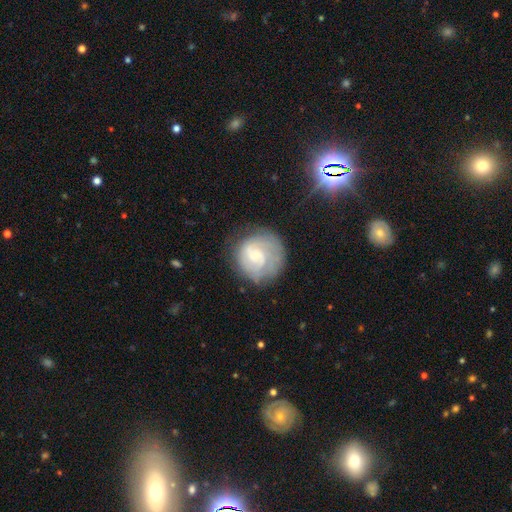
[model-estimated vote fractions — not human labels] Smooth or featured?
  - featured or disk: 68% *
  - smooth: 25%
  - star or artifact: 7%
Edge-on disk?
  - no: 98% *
  - yes: 2%
Bar?
  - no: 51% *
  - weak: 42%
  - strong: 6%
Spiral arms?
  - yes: 89% *
  - no: 11%
Spiral winding?
  - tight: 55% *
  - medium: 32%
  - loose: 13%
Spiral arm count?
  - 2: 41% *
  - can't tell: 31%
  - 3: 11%
  - 1: 10%
  - 4: 4%
  - more than 4: 3%
Bulge size?
  - small: 64% *
  - moderate: 21%
  - none: 11%
  - large: 2%
  - dominant: 1%
Merging?
  - none: 68% *
  - minor disturbance: 18%
  - major disturbance: 12%
  - merger: 2%